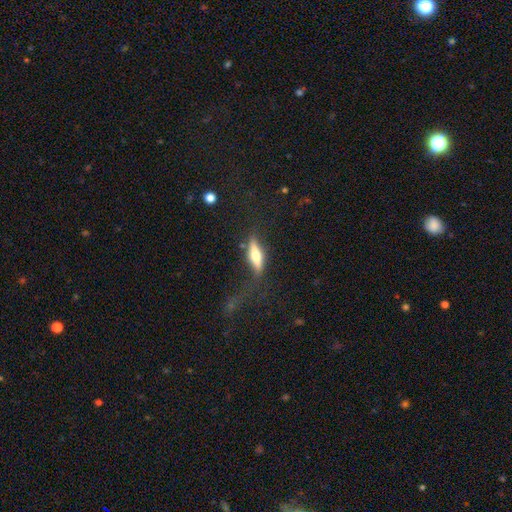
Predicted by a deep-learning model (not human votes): Smooth or featured?
  - featured or disk: 50% *
  - smooth: 43%
  - star or artifact: 7%
Edge-on disk?
  - yes: 84% *
  - no: 16%
Merging?
  - none: 51% *
  - minor disturbance: 24%
  - major disturbance: 21%
  - merger: 5%